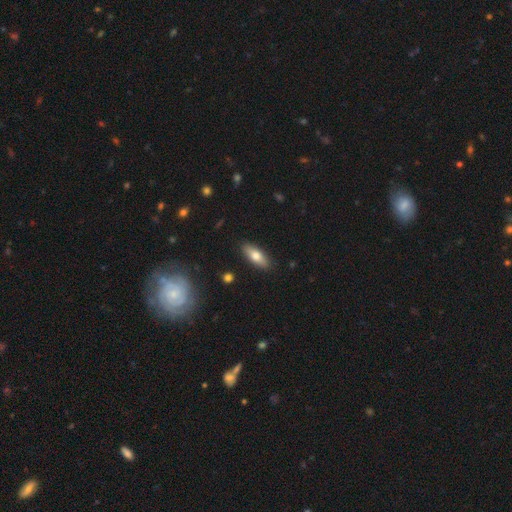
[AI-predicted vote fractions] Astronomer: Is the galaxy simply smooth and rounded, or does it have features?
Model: smooth — 73%.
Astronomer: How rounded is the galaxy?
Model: in between — 67%.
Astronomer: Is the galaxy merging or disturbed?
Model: none — 88%.